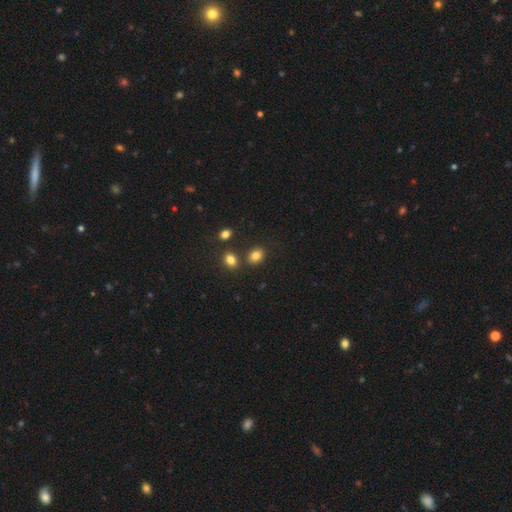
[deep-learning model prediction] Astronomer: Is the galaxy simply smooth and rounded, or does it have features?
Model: smooth — 83%.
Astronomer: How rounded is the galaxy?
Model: in between — 62%.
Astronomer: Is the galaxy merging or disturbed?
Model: none — 74%.